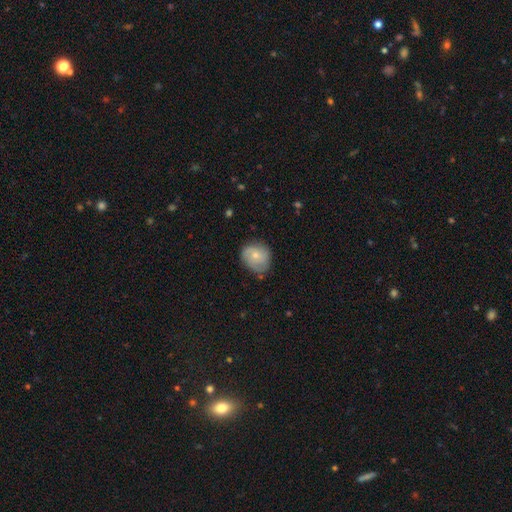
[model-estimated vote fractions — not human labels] Morphology: type=smooth (56%); roundness=round (76%); merging=none (67%).